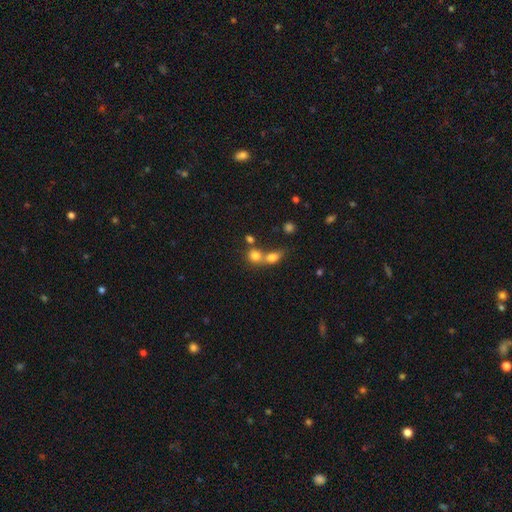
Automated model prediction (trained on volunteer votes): Smooth or featured: smooth — 77% (star or artifact — 12%)
How rounded: round — 75% (in between — 23%)
Merging: merger — 56% (none — 34%)